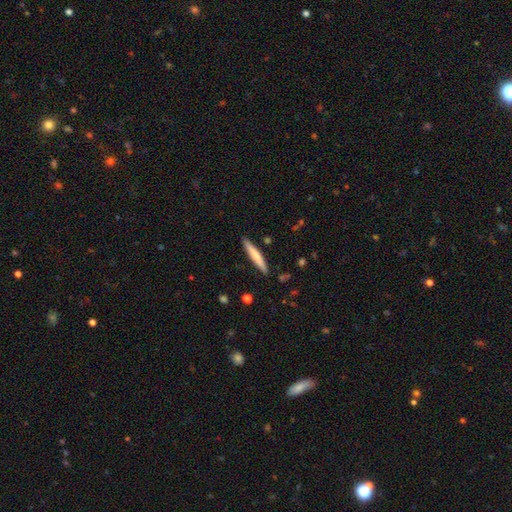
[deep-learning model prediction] smooth 64%, featured or disk 30%, star or artifact 5%. Down the decision tree: how rounded — cigar-shaped (94%); merging — none (88%).